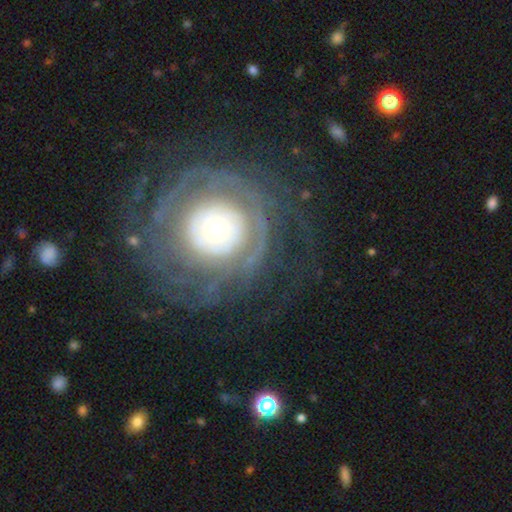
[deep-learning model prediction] The model was most divided on "bulge size": small: 39%, moderate: 28%, large: 24%, dominant: 6%, none: 2%. Remaining: edge-on disk — no (96%); bar — no (85%); spiral winding — tight (78%); spiral arms — yes (78%); merging — none (76%); smooth or featured — featured or disk (74%); spiral arm count — can't tell (47%).